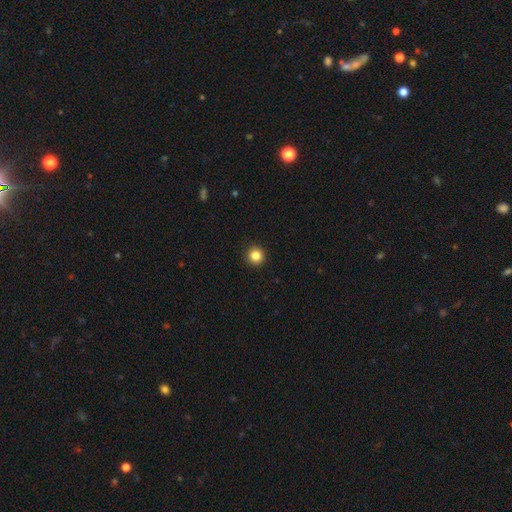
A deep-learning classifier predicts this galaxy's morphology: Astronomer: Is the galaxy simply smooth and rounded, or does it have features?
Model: smooth — 84%.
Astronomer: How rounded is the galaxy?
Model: round — 96%.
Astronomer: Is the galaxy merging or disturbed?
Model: none — 93%.